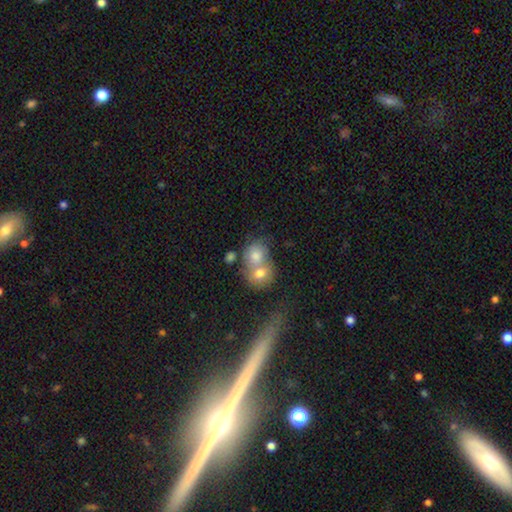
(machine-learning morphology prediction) smooth_or_featured: smooth (p=0.72) [alt: featured or disk p=0.18]
how_rounded: round (p=0.55) [alt: in between p=0.44]
merging: merger (p=0.67) [alt: none p=0.21]